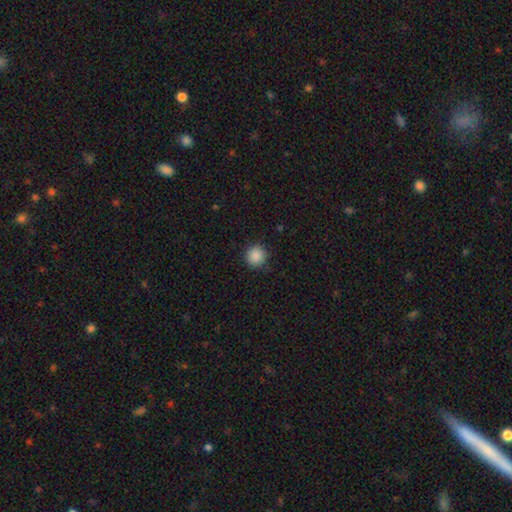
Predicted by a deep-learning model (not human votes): Morphology: type=smooth (88%); roundness=round (94%); merging=none (89%).